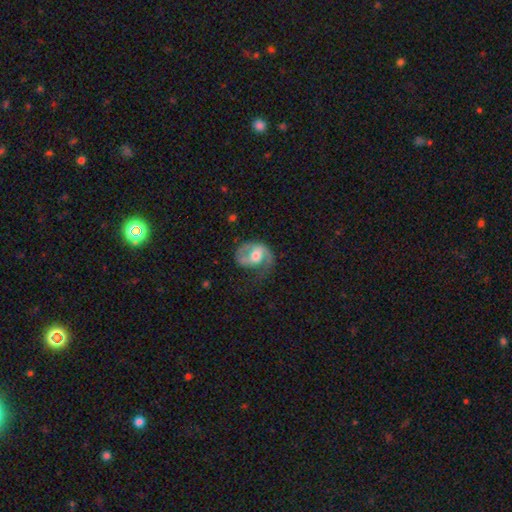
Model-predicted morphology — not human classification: Smooth or featured?
  - featured or disk: 73% *
  - smooth: 22%
  - star or artifact: 6%
Edge-on disk?
  - no: 97% *
  - yes: 3%
Bar?
  - weak: 44% *
  - no: 39%
  - strong: 18%
Spiral arms?
  - yes: 88% *
  - no: 12%
Spiral winding?
  - medium: 47% *
  - loose: 33%
  - tight: 19%
Spiral arm count?
  - 2: 69% *
  - 1: 22%
  - can't tell: 6%
  - 3: 1%
  - 4: 1%
  - more than 4: 1%
Bulge size?
  - moderate: 66% *
  - small: 17%
  - large: 14%
  - none: 2%
  - dominant: 1%
Merging?
  - none: 50% *
  - major disturbance: 24%
  - minor disturbance: 24%
  - merger: 2%